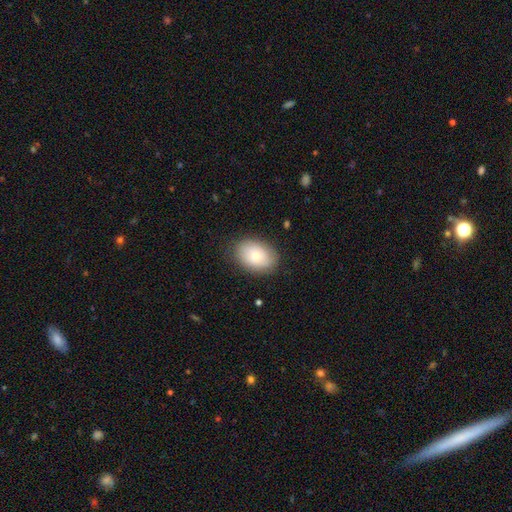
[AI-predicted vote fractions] Smooth or featured: smooth — 74% (featured or disk — 18%)
How rounded: in between — 78% (round — 21%)
Merging: none — 83% (minor disturbance — 13%)